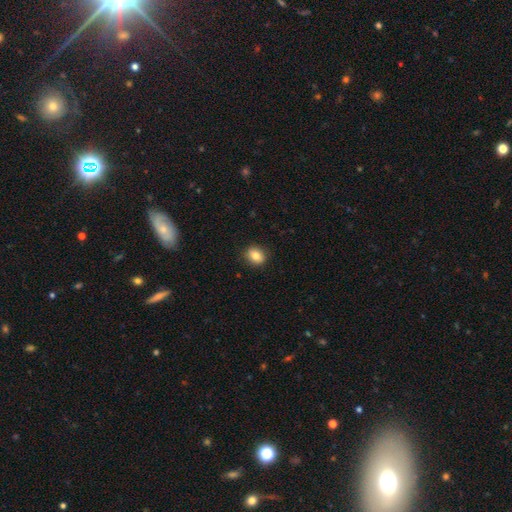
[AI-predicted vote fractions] This appears to be a smooth galaxy with no disk features (82%) that is round (63%). Merging: none (89%).